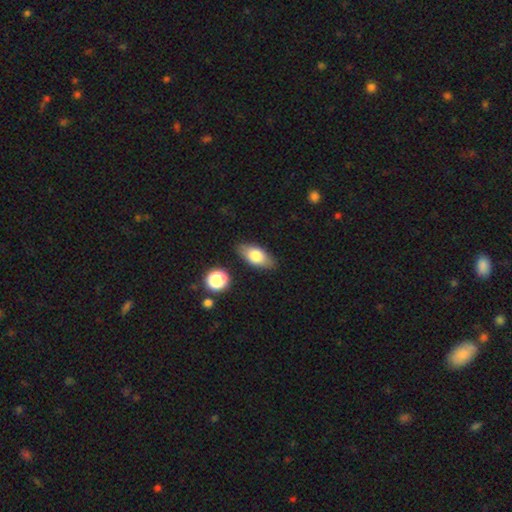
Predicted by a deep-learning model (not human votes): Morphology: type=smooth (74%); roundness=in between (86%); merging=none (82%).